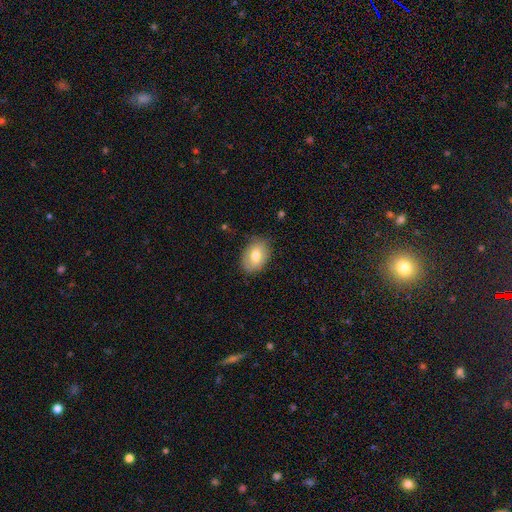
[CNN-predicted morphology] Smooth or featured? Predicted: smooth (p=0.71). How rounded? Predicted: in between (p=0.80). Merging? Predicted: none (p=0.79).